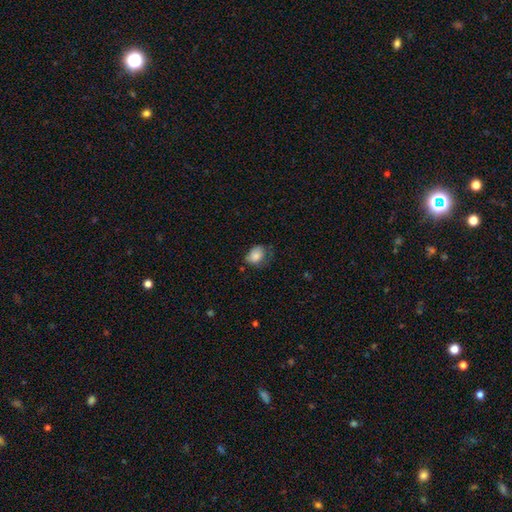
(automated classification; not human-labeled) A smooth galaxy with no disk features (81%) that is in between round and cigar-shaped (66%). Merging: none (46%).